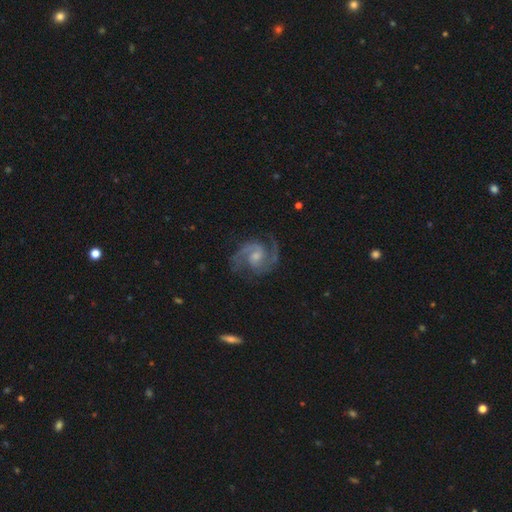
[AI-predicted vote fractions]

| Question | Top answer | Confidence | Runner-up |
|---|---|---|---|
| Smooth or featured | featured or disk | 92% | star or artifact (5%) |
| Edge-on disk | no | 98% | yes (2%) |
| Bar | weak | 48% | no (40%) |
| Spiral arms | yes | 99% | no (1%) |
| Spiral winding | medium | 63% | tight (24%) |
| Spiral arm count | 2 | 91% | 3 (3%) |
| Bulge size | small | 46% | moderate (42%) |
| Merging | none | 80% | minor disturbance (14%) |